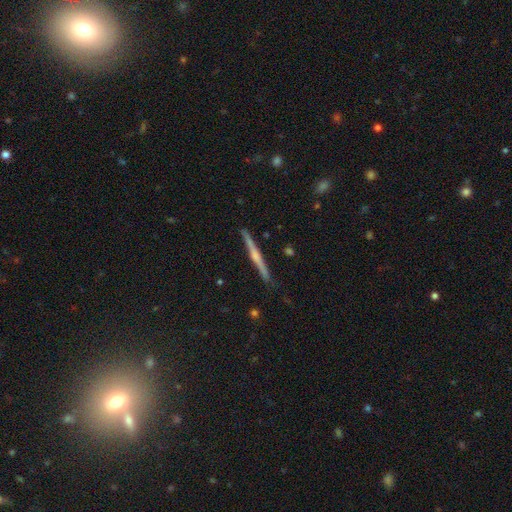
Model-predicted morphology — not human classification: featured or disk 72%, smooth 23%, star or artifact 6%. Down the decision tree: edge-on disk — yes (98%); edge-on bulge — rounded (69%); merging — none (91%).